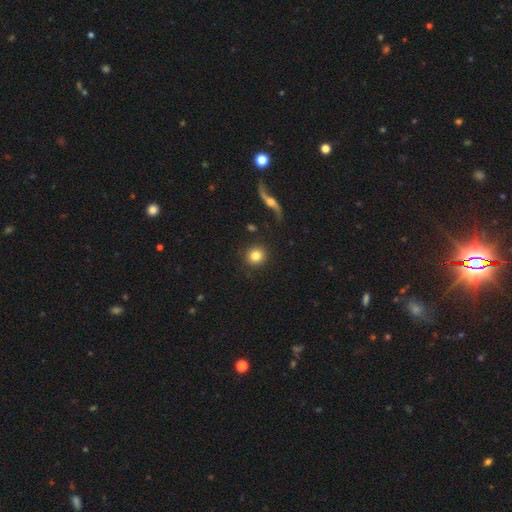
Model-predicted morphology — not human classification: Overall: smooth (82%). How rounded: round (94%). Merging: none (90%).